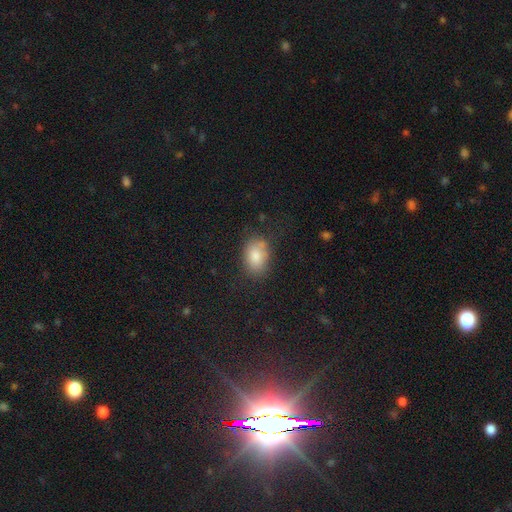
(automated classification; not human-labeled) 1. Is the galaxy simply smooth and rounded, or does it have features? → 82% smooth, 9% star or artifact, 9% featured or disk.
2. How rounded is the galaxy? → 81% in between, 18% round, 1% cigar-shaped.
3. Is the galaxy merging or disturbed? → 71% none, 20% minor disturbance, 5% major disturbance, 4% merger.